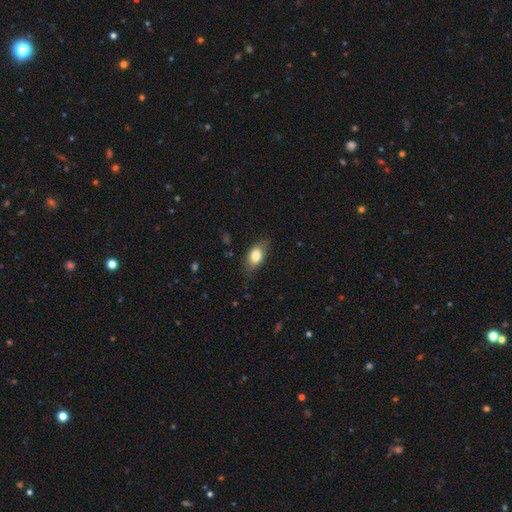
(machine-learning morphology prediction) Q: Smooth or featured?
A: smooth (79%); runner-up: featured or disk (14%)
Q: How rounded?
A: in between (86%); runner-up: round (9%)
Q: Merging?
A: none (77%); runner-up: minor disturbance (17%)